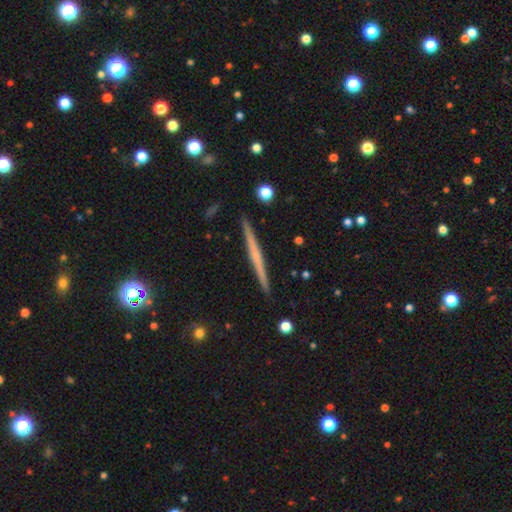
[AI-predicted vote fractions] This is possibly a featured or disk galaxy (59%). It is clearly viewed edge-on (98%). Edge-on bulge: likely none (79%). Merging: clearly none (93%).